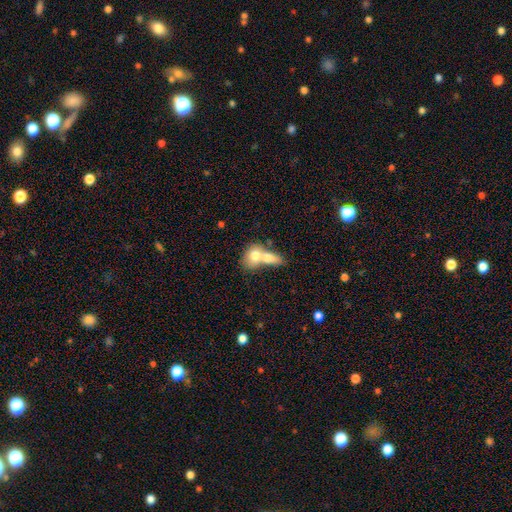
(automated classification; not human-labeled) smooth_or_featured: smooth (p=0.70) [alt: featured or disk p=0.23]
how_rounded: in between (p=0.61) [alt: round p=0.35]
merging: merger (p=0.75) [alt: none p=0.15]